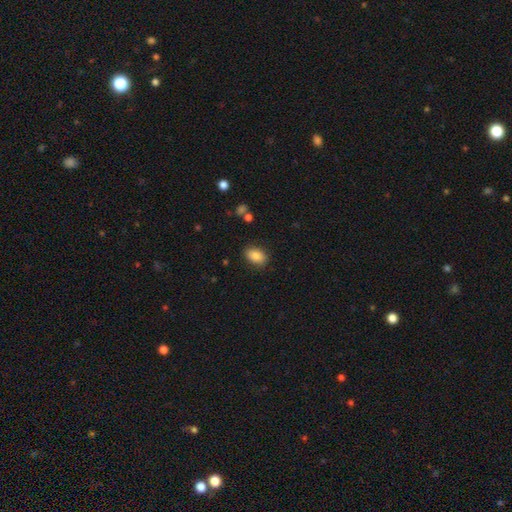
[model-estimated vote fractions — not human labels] smooth 86%, star or artifact 8%, featured or disk 6%. Down the decision tree: how rounded — in between (83%); merging — none (84%).